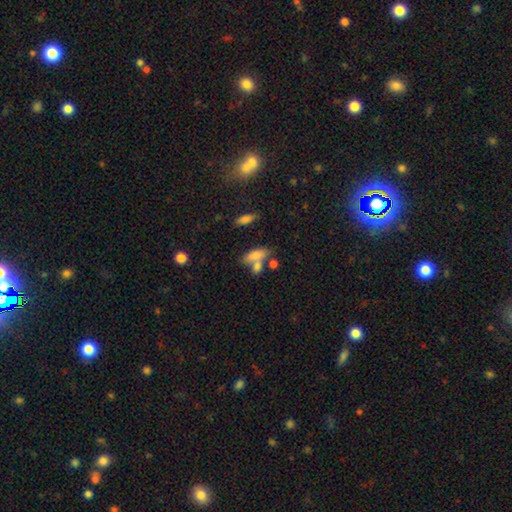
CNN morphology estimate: Smooth or featured?
  - smooth: 74% *
  - featured or disk: 16%
  - star or artifact: 10%
How rounded?
  - in between: 70% *
  - cigar-shaped: 23%
  - round: 7%
Merging?
  - none: 43% *
  - merger: 38%
  - minor disturbance: 13%
  - major disturbance: 6%